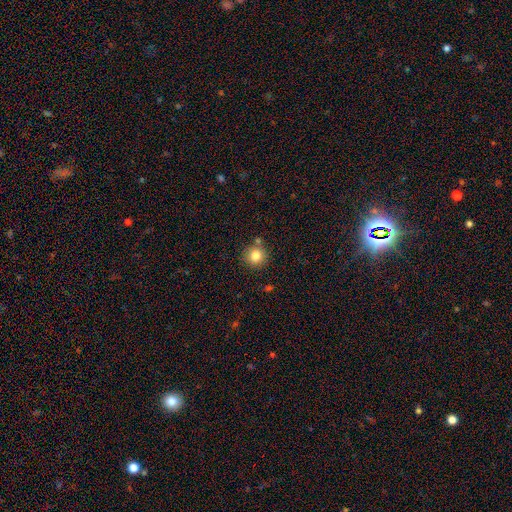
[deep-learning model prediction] Smooth or featured? Predicted: smooth (p=0.81). How rounded? Predicted: round (p=0.93). Merging? Predicted: none (p=0.80).